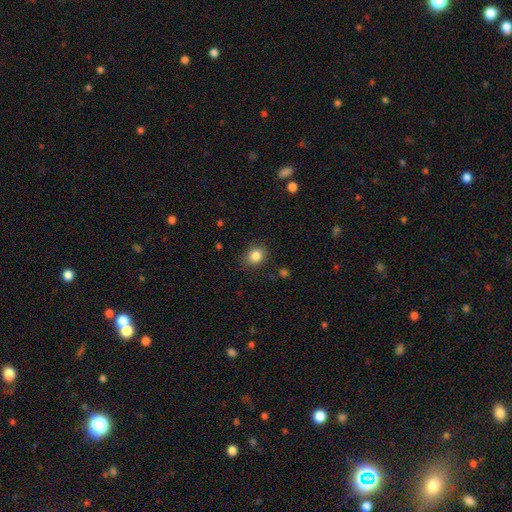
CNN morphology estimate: A smooth galaxy with no disk features (85%) that is round (62%). Merging: none (85%).